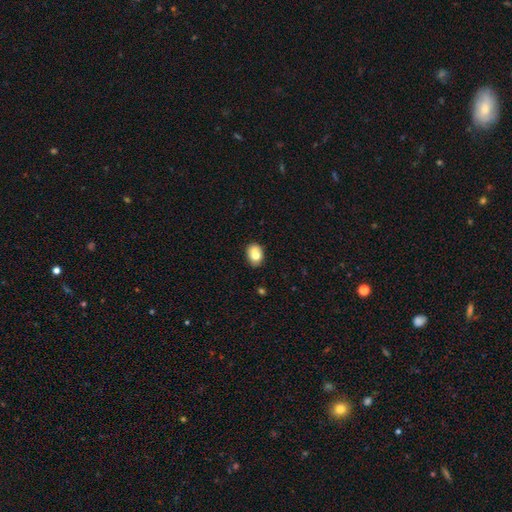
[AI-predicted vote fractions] A smooth galaxy with no disk features (73%) that is in between round and cigar-shaped (60%).

Vote fractions:
- Smooth or featured? smooth: 73% / featured or disk: 18% / star or artifact: 9%
- How rounded? in between: 60% / round: 39% / cigar-shaped: 1%
- Merging? none: 59% / merger: 18% / minor disturbance: 17% / major disturbance: 5%